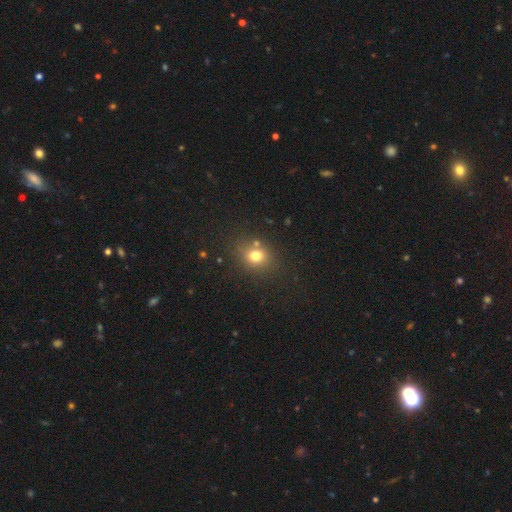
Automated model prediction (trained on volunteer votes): Overall: smooth (75%). How rounded: round (68%; in between 31%). Merging: none (76%).